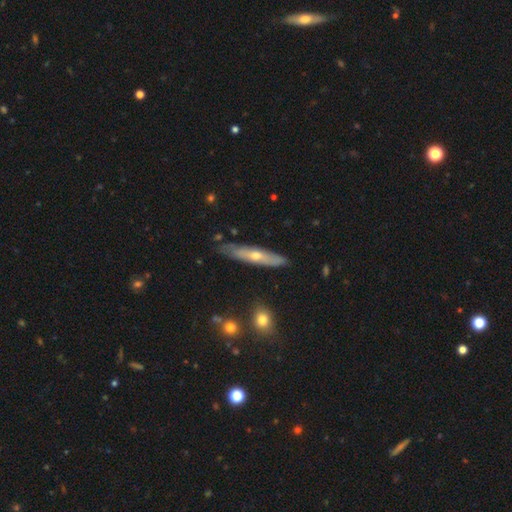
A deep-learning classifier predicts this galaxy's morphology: smooth-or-featured: featured or disk: 58% | smooth: 34% | star or artifact: 7%
  disk-edge-on: yes: 75% | no: 25%
  merging: none: 83% | minor disturbance: 13% | major disturbance: 2% | merger: 2%